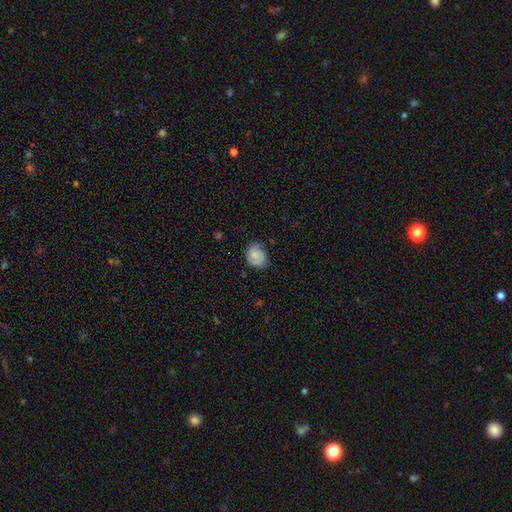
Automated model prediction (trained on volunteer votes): Smooth or featured: smooth — 69% (featured or disk — 23%)
How rounded: round — 50% (in between — 49%)
Merging: none — 61% (minor disturbance — 30%)